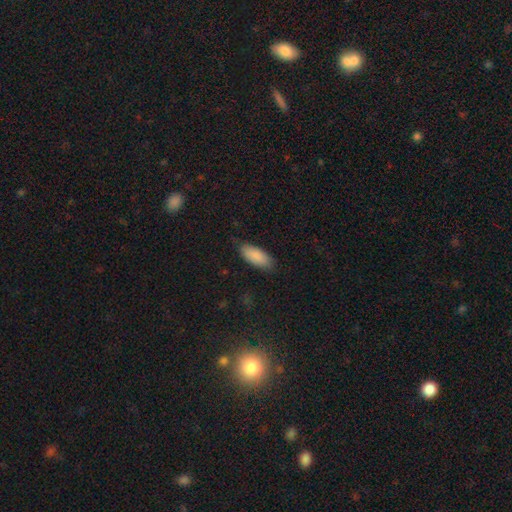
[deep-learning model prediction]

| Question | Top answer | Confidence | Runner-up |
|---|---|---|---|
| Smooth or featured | smooth | 88% | featured or disk (6%) |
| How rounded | in between | 85% | cigar-shaped (14%) |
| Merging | none | 81% | minor disturbance (15%) |